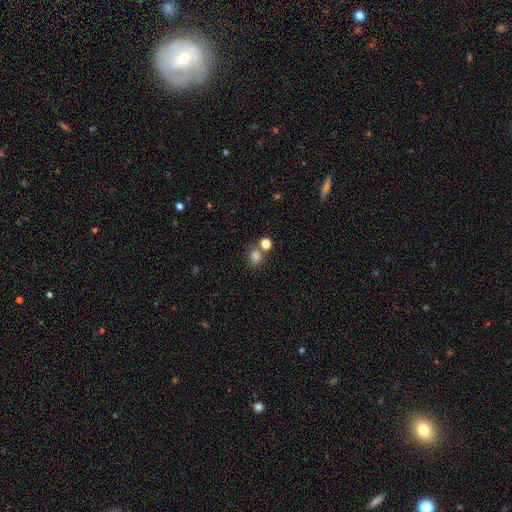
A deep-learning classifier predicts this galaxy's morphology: Smooth or featured: smooth — 81% (star or artifact — 13%)
How rounded: round — 76% (in between — 23%)
Merging: none — 62% (merger — 25%)